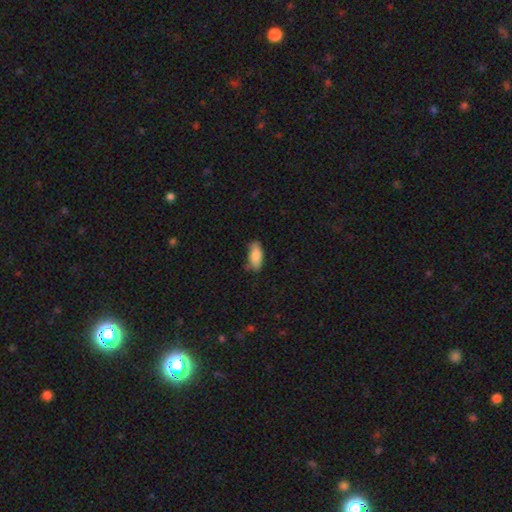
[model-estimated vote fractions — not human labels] The model was most divided on "merging": none: 74%, minor disturbance: 20%, major disturbance: 4%, merger: 2%. More confident: smooth or featured — smooth (85%); how rounded — in between (84%).